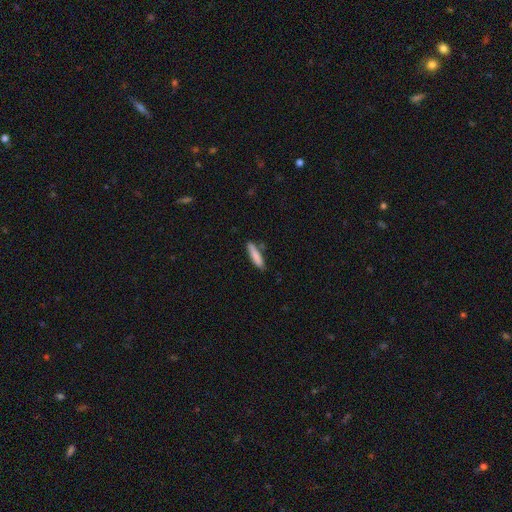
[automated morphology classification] This appears to be a smooth galaxy with no disk features (84%) that is cigar-shaped (79%). Merging: none (76%).